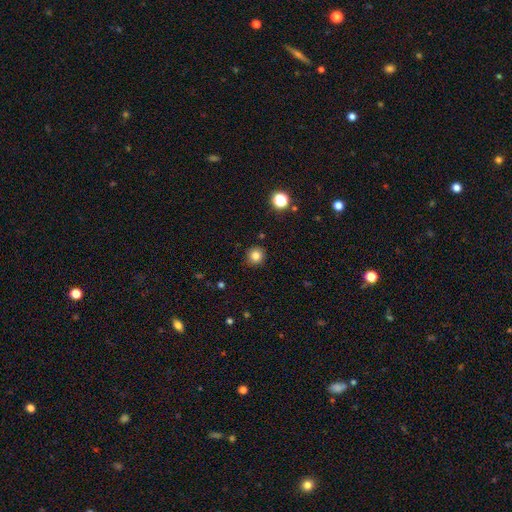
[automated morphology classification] smooth-or-featured: smooth: 82% | star or artifact: 13% | featured or disk: 5%
  how-rounded: round: 92% | in between: 7% | cigar-shaped: 1%
  merging: none: 90% | minor disturbance: 7% | major disturbance: 2% | merger: 1%